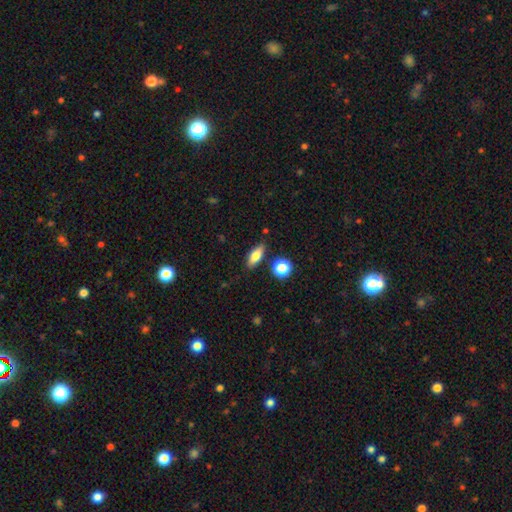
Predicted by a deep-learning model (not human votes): Q: Smooth or featured?
A: smooth (72%); runner-up: featured or disk (19%)
Q: How rounded?
A: in between (68%); runner-up: cigar-shaped (25%)
Q: Merging?
A: none (83%); runner-up: minor disturbance (10%)